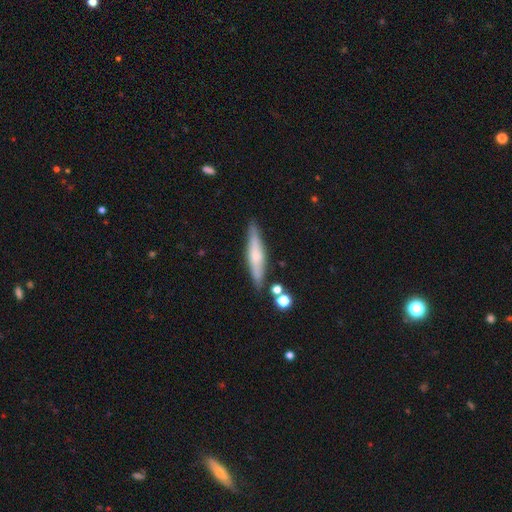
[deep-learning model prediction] This appears to be a smooth galaxy with no disk features (47%). Merging: none (83%).